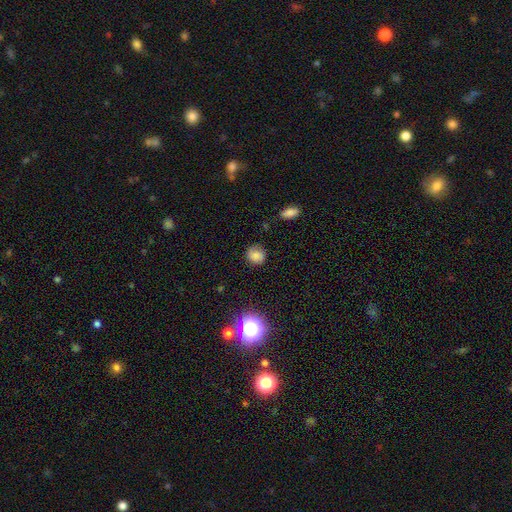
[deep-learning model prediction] This is likely a smooth galaxy (77%). How rounded: likely round (78%). Merging: likely none (76%).